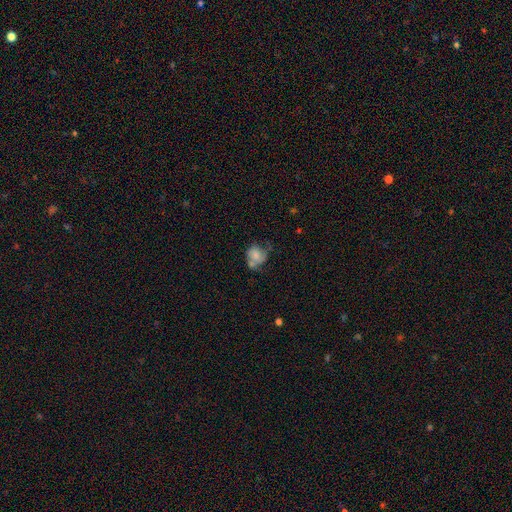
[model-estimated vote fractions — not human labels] smooth-or-featured: smooth: 52% | featured or disk: 39% | star or artifact: 9%
  how-rounded: round: 58% | in between: 41% | cigar-shaped: 1%
  merging: none: 32% | minor disturbance: 24% | merger: 24% | major disturbance: 20%